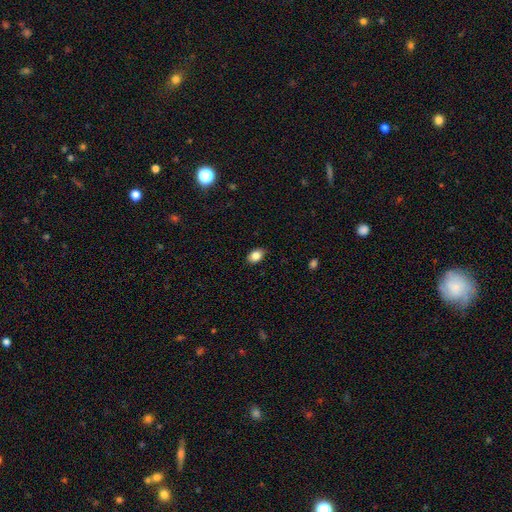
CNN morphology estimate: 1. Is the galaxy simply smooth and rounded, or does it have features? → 84% smooth, 8% star or artifact, 8% featured or disk.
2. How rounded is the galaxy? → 85% in between, 13% round, 1% cigar-shaped.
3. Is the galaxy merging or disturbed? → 86% none, 11% minor disturbance, 2% major disturbance, 1% merger.